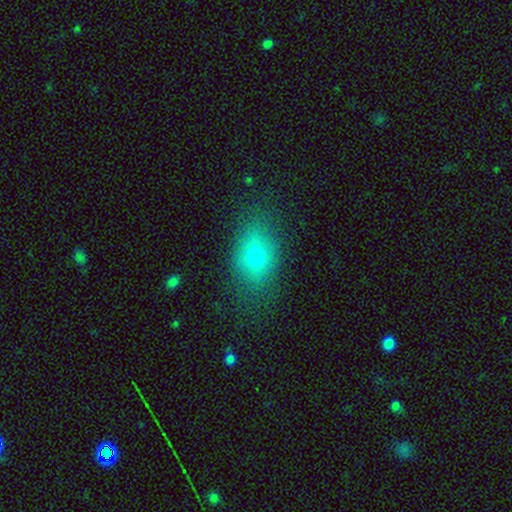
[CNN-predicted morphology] Smooth or featured: smooth — 68% (featured or disk — 19%)
How rounded: in between — 79% (round — 17%)
Merging: none — 76% (minor disturbance — 16%)